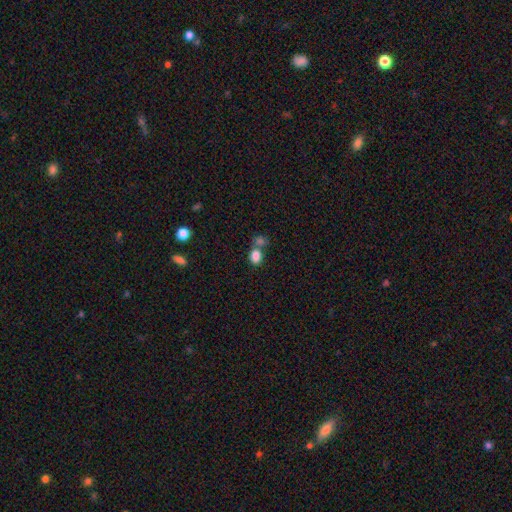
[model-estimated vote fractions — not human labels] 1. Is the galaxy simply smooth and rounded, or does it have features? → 84% smooth, 10% star or artifact, 6% featured or disk.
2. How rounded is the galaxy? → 61% in between, 38% round, 1% cigar-shaped.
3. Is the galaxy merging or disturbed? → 43% none, 42% merger, 10% minor disturbance, 5% major disturbance.